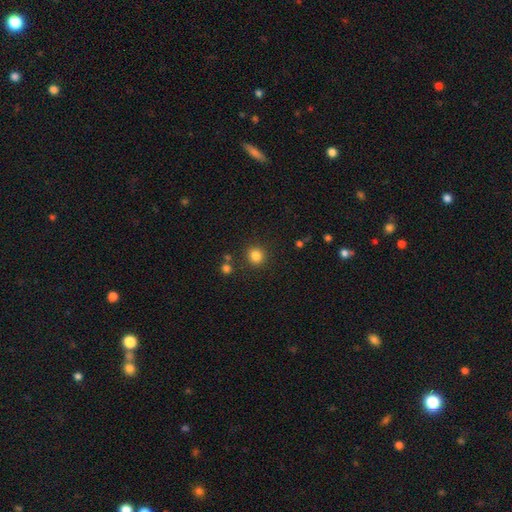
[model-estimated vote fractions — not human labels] The model was most divided on "smooth or featured": smooth: 83%, star or artifact: 12%, featured or disk: 5%. More confident: how rounded — round (90%); merging — none (87%).